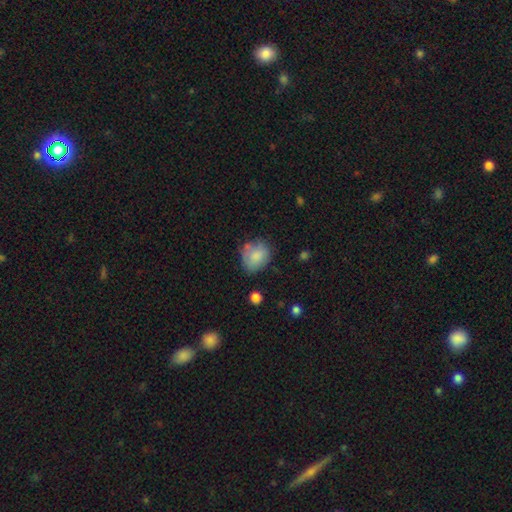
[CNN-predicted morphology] A smooth galaxy with no disk features (80%) that is round (56%).

Vote fractions:
- Smooth or featured? smooth: 80% / featured or disk: 12% / star or artifact: 8%
- How rounded? round: 56% / in between: 43% / cigar-shaped: 1%
- Merging? none: 62% / minor disturbance: 24% / major disturbance: 7% / merger: 6%